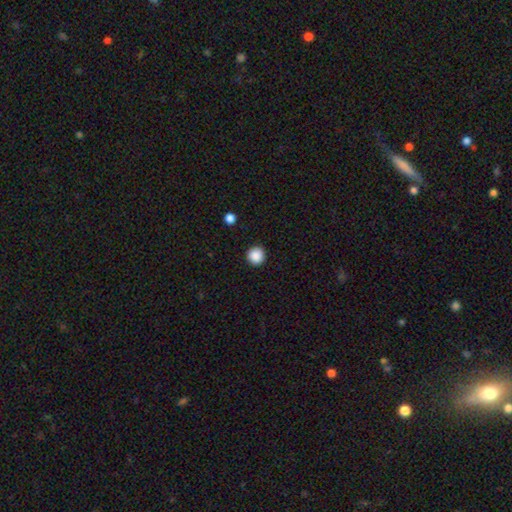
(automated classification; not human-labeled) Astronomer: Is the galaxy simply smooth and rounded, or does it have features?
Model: smooth — 88%.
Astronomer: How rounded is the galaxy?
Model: round — 95%.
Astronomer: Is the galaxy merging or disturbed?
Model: none — 92%.